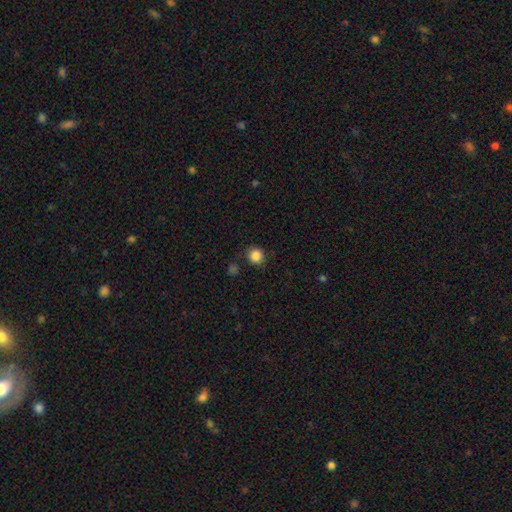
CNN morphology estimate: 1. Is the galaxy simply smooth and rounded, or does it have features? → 86% smooth, 11% star or artifact, 4% featured or disk.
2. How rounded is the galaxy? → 91% round, 8% in between, 1% cigar-shaped.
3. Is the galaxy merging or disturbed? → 84% none, 10% minor disturbance, 3% major disturbance, 3% merger.